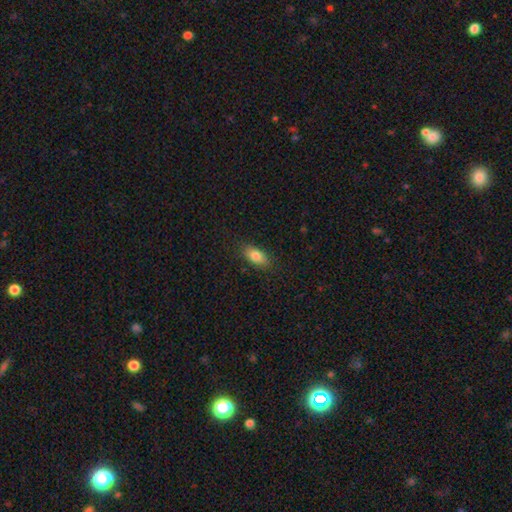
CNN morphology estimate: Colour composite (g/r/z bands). It shows a smooth galaxy with no disk features (82%) that is in between round and cigar-shaped (87%). Merging: none (85%).